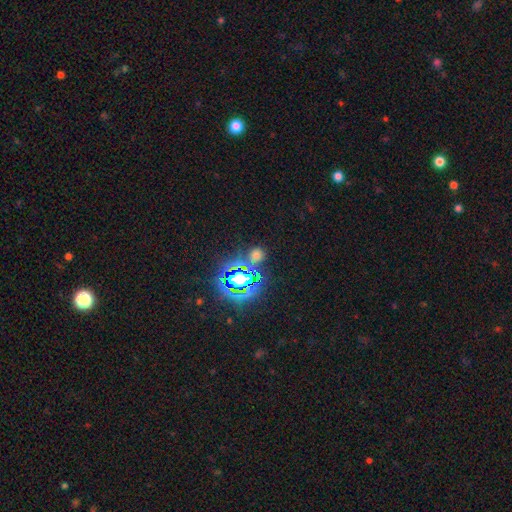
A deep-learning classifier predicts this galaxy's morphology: type=smooth (46%); merging=none (74%).